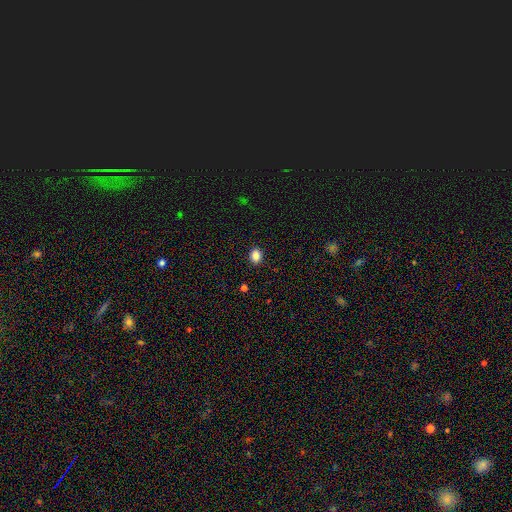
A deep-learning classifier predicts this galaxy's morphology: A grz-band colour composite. It shows a smooth galaxy with no disk features (85%) that is in between round and cigar-shaped (52%). Merging: none (90%).